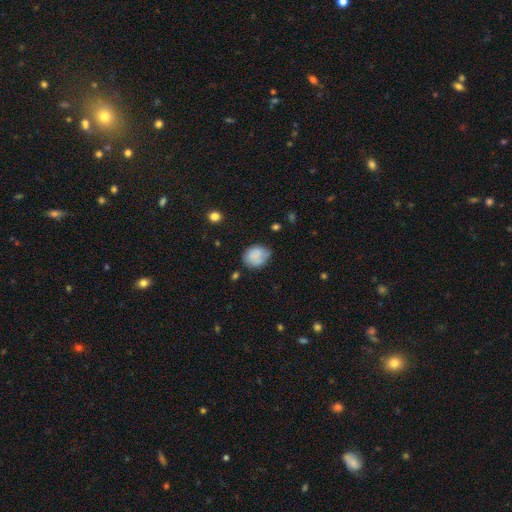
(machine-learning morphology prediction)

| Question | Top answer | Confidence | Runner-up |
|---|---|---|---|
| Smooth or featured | smooth | 79% | featured or disk (13%) |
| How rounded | round | 50% | in between (49%) |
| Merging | none | 61% | minor disturbance (27%) |